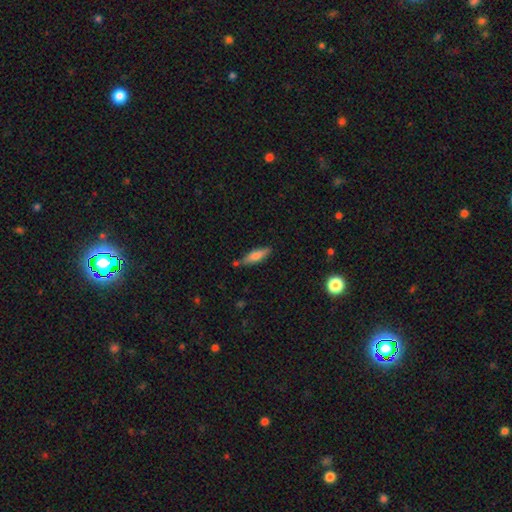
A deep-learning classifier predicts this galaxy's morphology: smooth 68%, featured or disk 25%, star or artifact 7%. Down the decision tree: how rounded — cigar-shaped (60%); merging — none (75%).